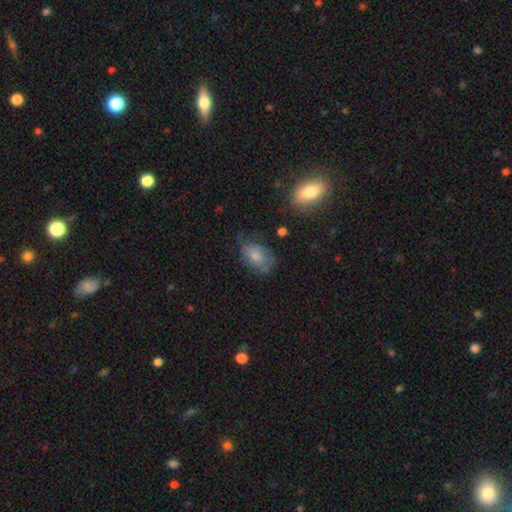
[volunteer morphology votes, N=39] Smooth or featured? smooth (79%)
How rounded? in between (84%)
Merging? none (42%)